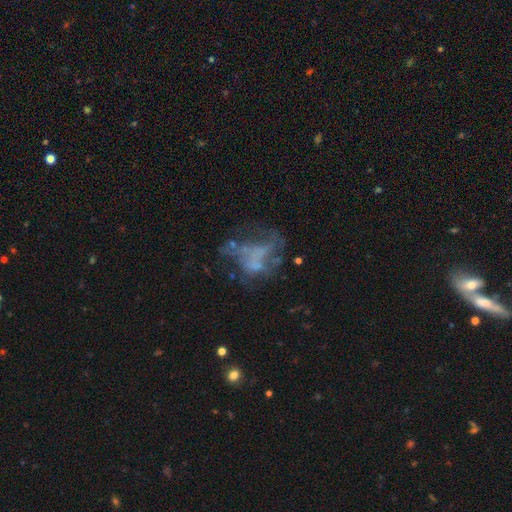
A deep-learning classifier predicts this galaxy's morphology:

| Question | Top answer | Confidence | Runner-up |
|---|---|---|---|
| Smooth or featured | featured or disk | 59% | star or artifact (21%) |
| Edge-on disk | no | 98% | yes (2%) |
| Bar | no | 86% | weak (10%) |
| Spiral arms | no | 84% | yes (16%) |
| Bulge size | none | 79% | small (11%) |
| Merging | major disturbance | 39% | none (38%) |